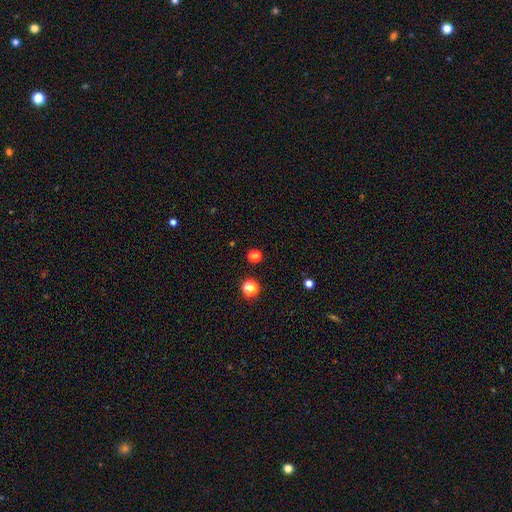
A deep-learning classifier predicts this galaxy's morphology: This appears to be a smooth galaxy with no disk features (59%) that is round (78%). Merging: none (85%).